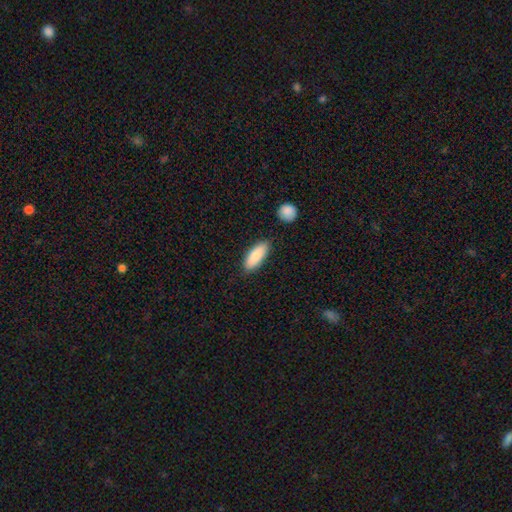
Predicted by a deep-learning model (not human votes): smooth-or-featured: smooth: 87% | featured or disk: 8% | star or artifact: 6%
  how-rounded: in between: 74% | cigar-shaped: 24% | round: 2%
  merging: none: 83% | minor disturbance: 12% | merger: 3% | major disturbance: 2%